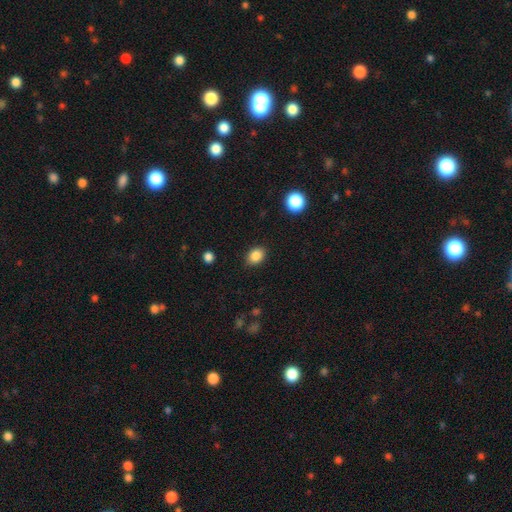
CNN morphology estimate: Smooth or featured? smooth (86%)
How rounded? in between (64%)
Merging? none (87%)